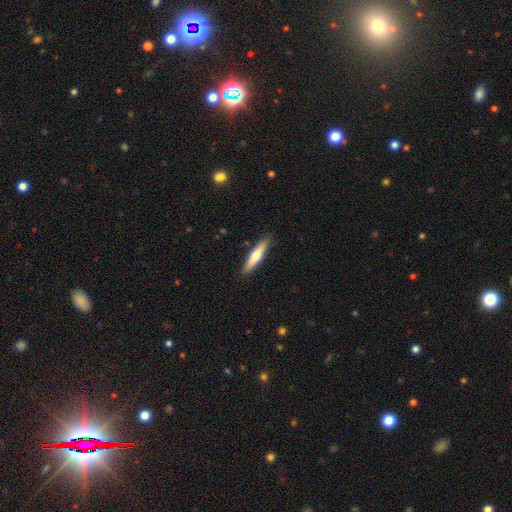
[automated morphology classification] Smooth or featured? Predicted: smooth (p=0.53). How rounded? Predicted: cigar-shaped (p=0.83). Merging? Predicted: none (p=0.89).